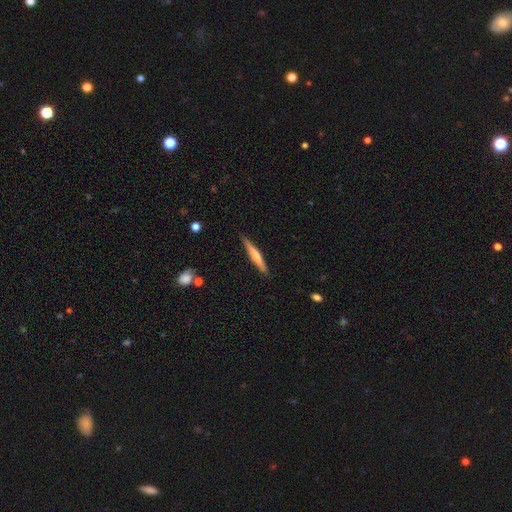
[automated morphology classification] Smooth or featured: smooth — 50% (featured or disk — 45%)
Merging: none — 88% (minor disturbance — 9%)